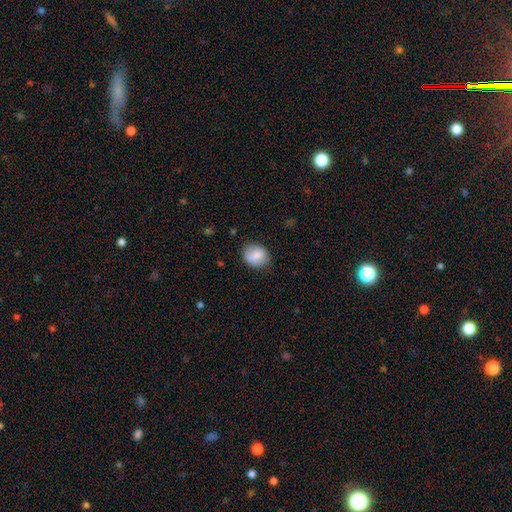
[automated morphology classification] Smooth or featured: smooth — 81% (featured or disk — 11%)
How rounded: round — 57% (in between — 42%)
Merging: none — 82% (minor disturbance — 14%)